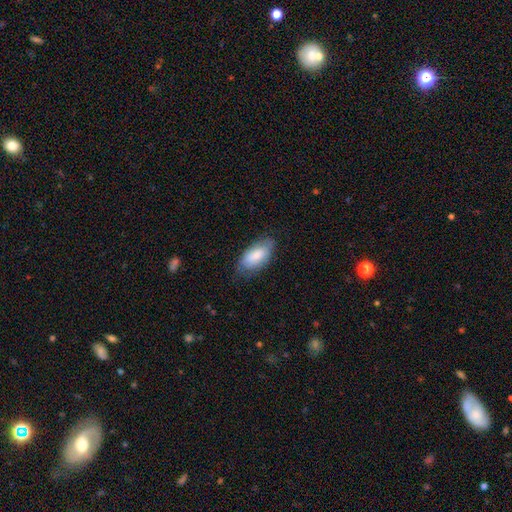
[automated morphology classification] smooth 77%, featured or disk 17%, star or artifact 6%. Down the decision tree: how rounded — in between (92%); merging — none (72%).